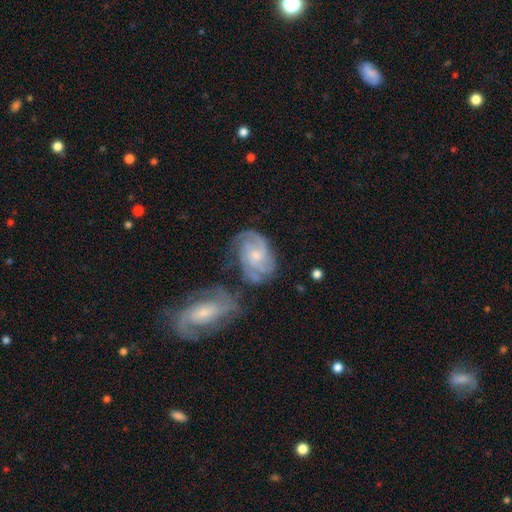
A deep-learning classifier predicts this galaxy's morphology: Q: Smooth or featured?
A: featured or disk (80%); runner-up: smooth (14%)
Q: Edge-on disk?
A: no (97%); runner-up: yes (3%)
Q: Bar?
A: no (63%); runner-up: weak (33%)
Q: Spiral arms?
A: yes (93%); runner-up: no (7%)
Q: Spiral winding?
A: tight (48%); runner-up: medium (39%)
Q: Spiral arm count?
A: can't tell (29%); runner-up: 3 (28%)
Q: Bulge size?
A: small (51%); runner-up: moderate (39%)
Q: Merging?
A: none (50%); runner-up: minor disturbance (21%)